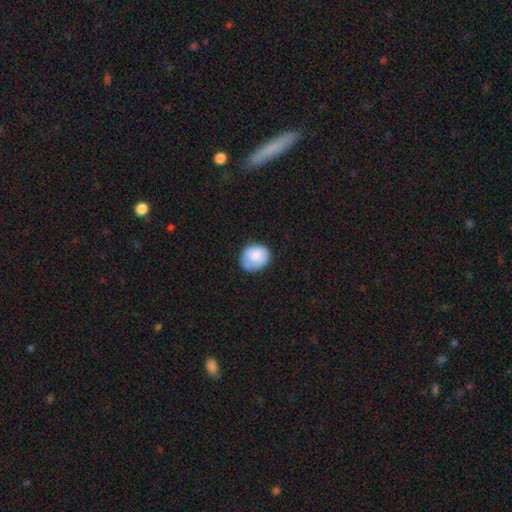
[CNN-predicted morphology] A smooth galaxy with no disk features (79%) that is round (63%). Merging: none (60%).